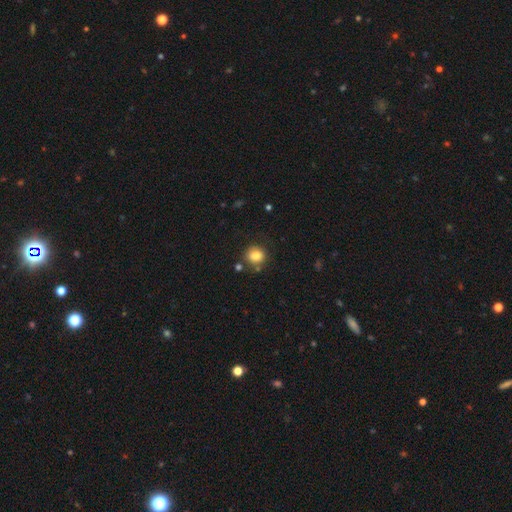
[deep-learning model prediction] Overall: smooth (83%). How rounded: round (76%). Merging: none (79%).